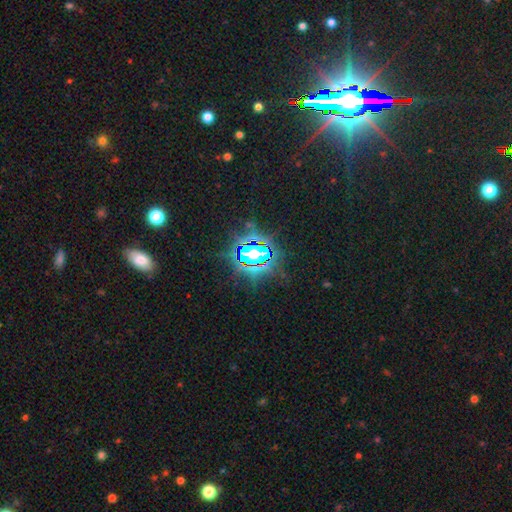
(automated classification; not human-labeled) This appears to be a star or artifact, not a galaxy (81%).